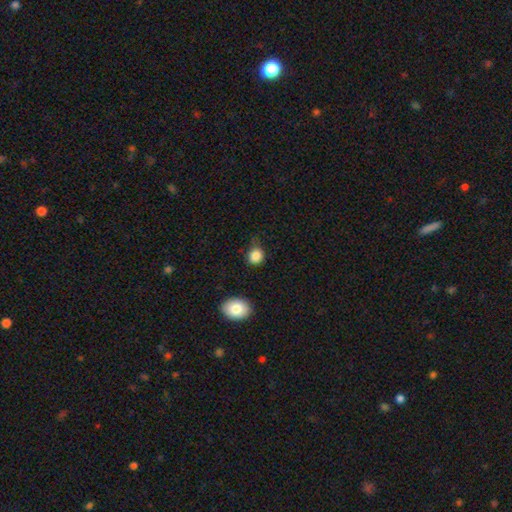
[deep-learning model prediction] Morphology: type=smooth (86%); roundness=round (74%); merging=none (69%).